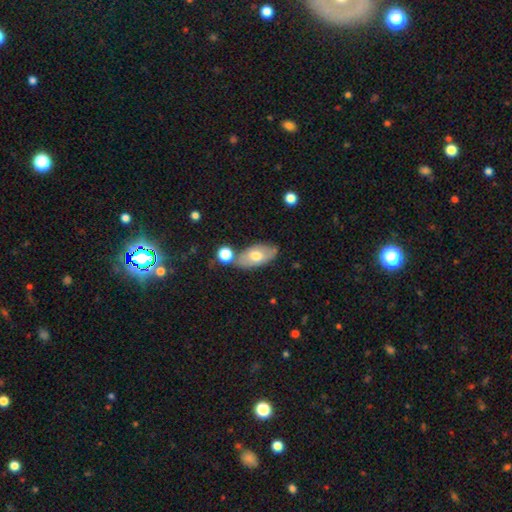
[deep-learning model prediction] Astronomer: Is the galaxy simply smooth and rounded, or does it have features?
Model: smooth — 60%.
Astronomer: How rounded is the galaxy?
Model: in between — 91%.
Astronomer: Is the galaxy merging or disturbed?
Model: none — 63%.